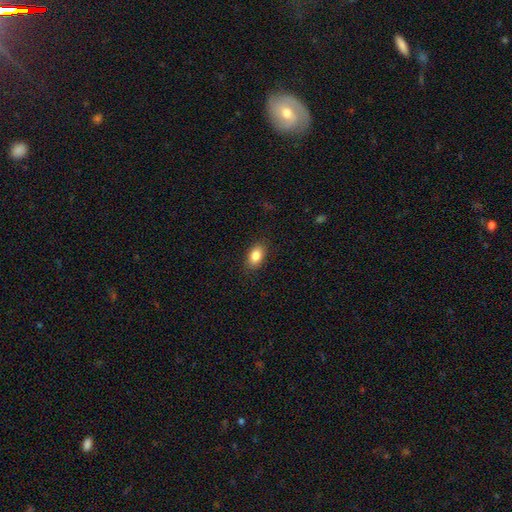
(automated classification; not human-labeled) smooth 85%, star or artifact 8%, featured or disk 7%. Down the decision tree: how rounded — in between (89%); merging — none (88%).